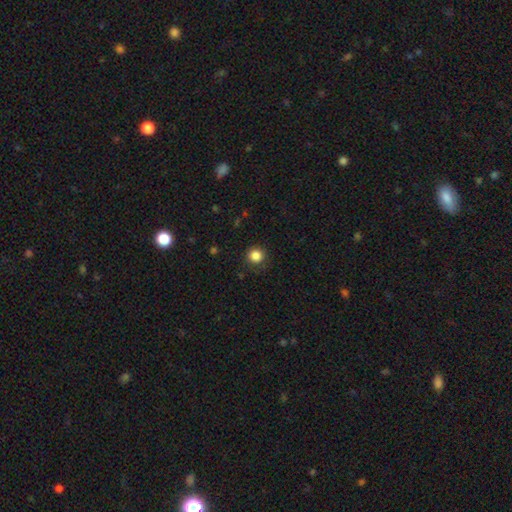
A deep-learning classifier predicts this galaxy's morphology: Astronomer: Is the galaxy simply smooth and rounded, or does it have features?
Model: smooth — 85%.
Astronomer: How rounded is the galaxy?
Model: round — 93%.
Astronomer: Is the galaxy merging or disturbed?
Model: none — 86%.